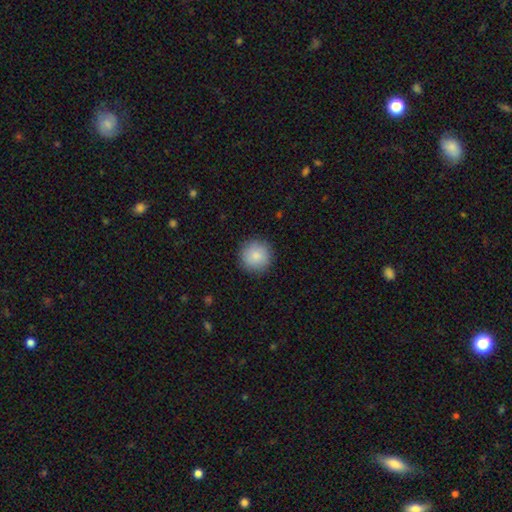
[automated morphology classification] Smooth or featured?
  - smooth: 88% *
  - star or artifact: 7%
  - featured or disk: 5%
How rounded?
  - round: 95% *
  - in between: 4%
  - cigar-shaped: 1%
Merging?
  - none: 90% *
  - minor disturbance: 7%
  - major disturbance: 2%
  - merger: 1%